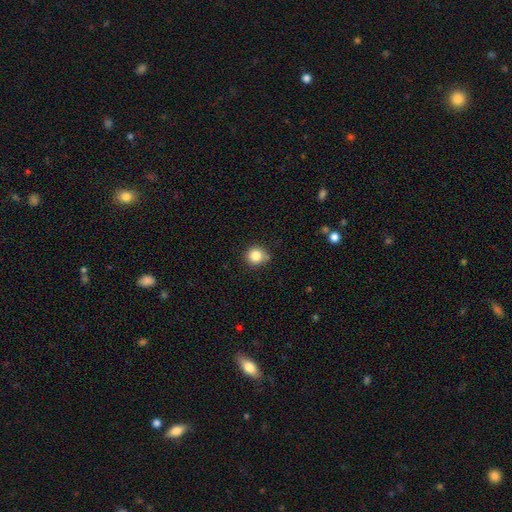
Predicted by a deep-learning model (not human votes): Overall: smooth (83%). How rounded: round (90%). Merging: none (77%).